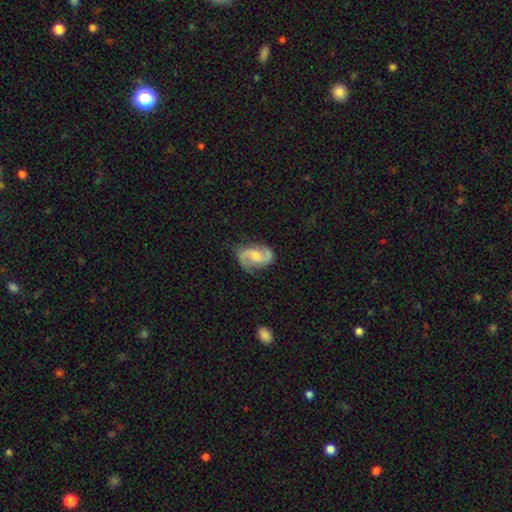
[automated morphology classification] smooth-or-featured: featured or disk: 87% | smooth: 8% | star or artifact: 5%
  disk-edge-on: no: 98% | yes: 2%
    bar: no: 52% | weak: 40% | strong: 8%
    has-spiral-arms: yes: 97% | no: 3%
      spiral-winding: medium: 55% | loose: 28% | tight: 16%
      spiral-arm-count: 2: 93% | can't tell: 3% | 1: 1% | 3: 1% | 4: 1% | more than 4: 1%
    bulge-size: moderate: 51% | small: 29% | none: 11% | large: 8% | dominant: 1%
  merging: none: 75% | minor disturbance: 18% | major disturbance: 6% | merger: 2%